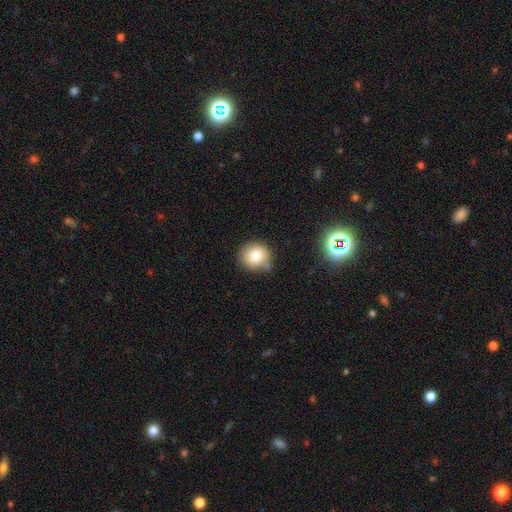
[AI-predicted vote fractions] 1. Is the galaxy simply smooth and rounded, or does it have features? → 79% smooth, 11% star or artifact, 10% featured or disk.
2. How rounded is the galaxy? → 89% round, 10% in between, 1% cigar-shaped.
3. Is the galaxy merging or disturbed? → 69% none, 21% minor disturbance, 6% merger, 4% major disturbance.